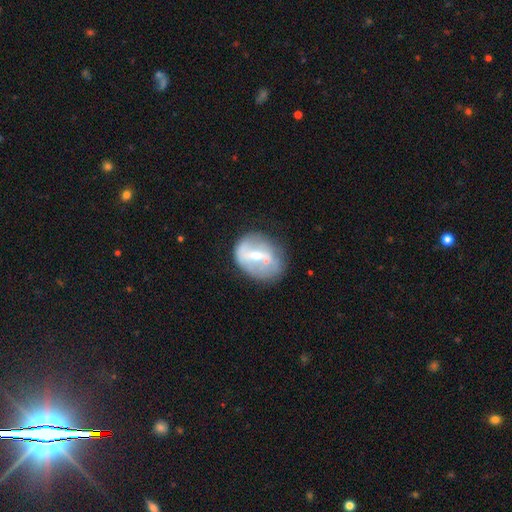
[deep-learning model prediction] Smooth or featured? featured or disk (63%)
Edge-on disk? no (95%)
Bar? strong (39%)
Spiral arms? no (60%)
Bulge size? small (47%)
Merging? none (55%)